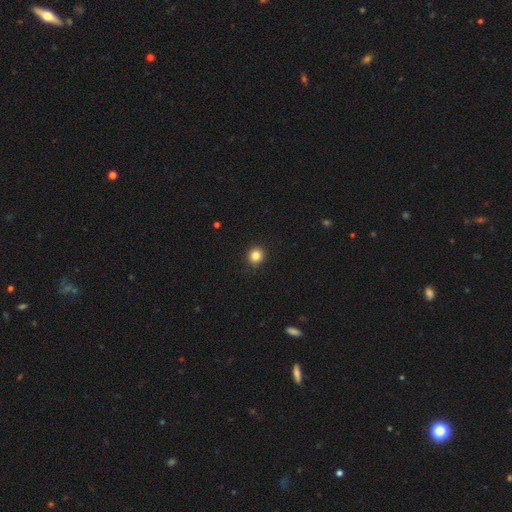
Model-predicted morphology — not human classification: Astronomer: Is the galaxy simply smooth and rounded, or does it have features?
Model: smooth — 83%.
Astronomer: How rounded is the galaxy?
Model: round — 92%.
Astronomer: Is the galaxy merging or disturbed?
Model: none — 90%.